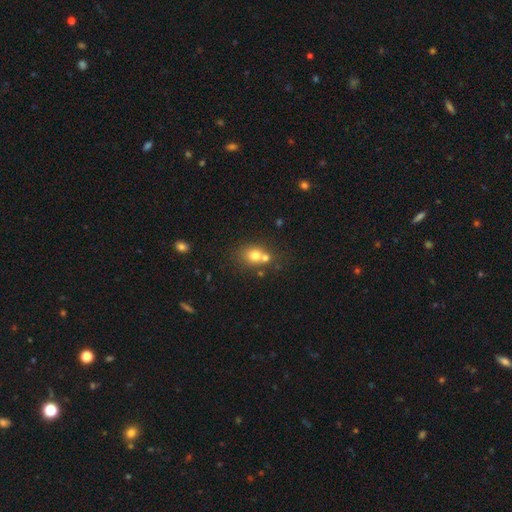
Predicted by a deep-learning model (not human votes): A smooth galaxy with no disk features (72%) that is round (65%). Merging: none (46%).